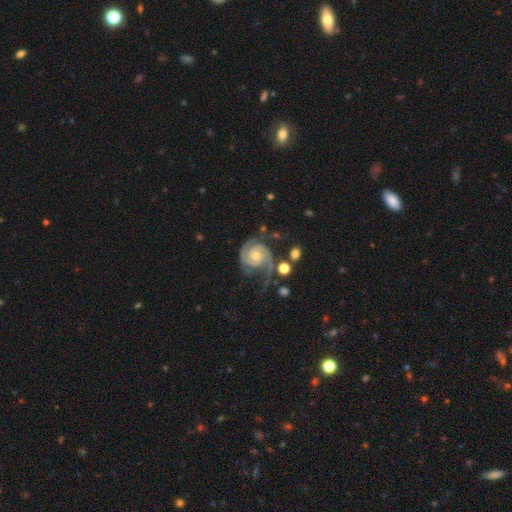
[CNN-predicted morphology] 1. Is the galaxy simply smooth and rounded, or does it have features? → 89% featured or disk, 6% smooth, 5% star or artifact.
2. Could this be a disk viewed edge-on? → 98% no, 2% yes.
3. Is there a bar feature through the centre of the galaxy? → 72% no, 22% weak, 6% strong.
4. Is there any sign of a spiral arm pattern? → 98% yes, 2% no.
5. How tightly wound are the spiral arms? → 48% tight, 39% medium, 13% loose.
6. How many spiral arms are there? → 80% 2, 7% 3, 5% can't tell, 4% 1, 2% 4, 2% more than 4.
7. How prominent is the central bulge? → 49% moderate, 44% small, 4% large, 2% none, 1% dominant.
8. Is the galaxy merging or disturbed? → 52% none, 21% major disturbance, 21% minor disturbance, 6% merger.